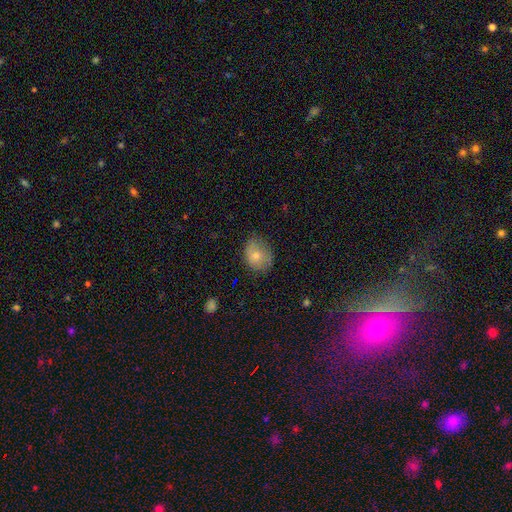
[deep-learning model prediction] smooth_or_featured: smooth (p=0.69) [alt: featured or disk p=0.19]
how_rounded: round (p=0.52) [alt: in between p=0.47]
merging: none (p=0.69) [alt: minor disturbance p=0.24]